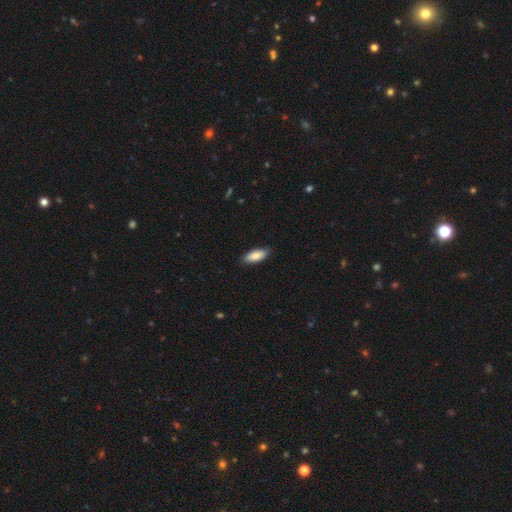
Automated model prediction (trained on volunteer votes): smooth 86%, featured or disk 8%, star or artifact 6%. Down the decision tree: how rounded — in between (83%); merging — none (88%).